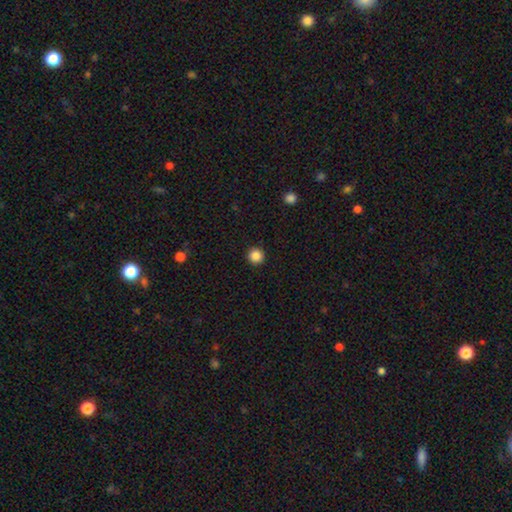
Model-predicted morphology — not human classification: smooth 86%, star or artifact 10%, featured or disk 4%. Down the decision tree: how rounded — round (96%); merging — none (93%).